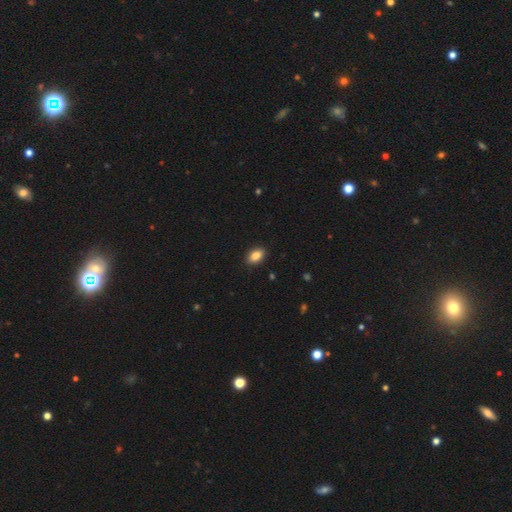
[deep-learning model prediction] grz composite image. It shows a smooth galaxy with no disk features (86%) that is in between round and cigar-shaped (88%). Merging: none (90%).